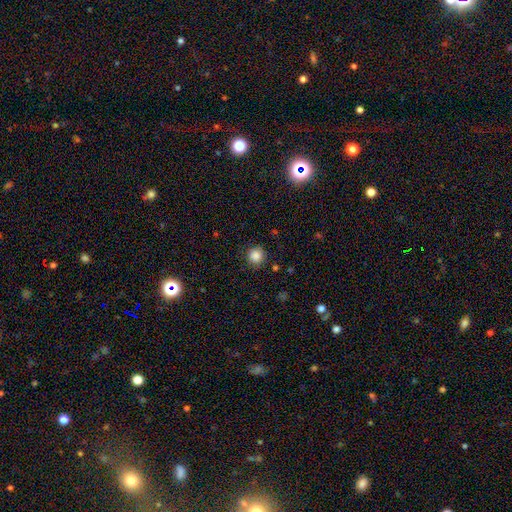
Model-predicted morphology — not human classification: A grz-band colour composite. It shows a smooth galaxy with no disk features (85%) that is round (93%). Merging: none (87%).